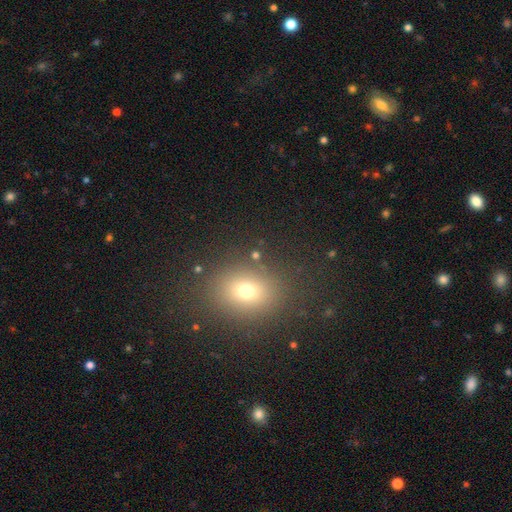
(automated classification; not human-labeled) Overall: smooth (67%). How rounded: round (56%; in between 42%). Merging: none (82%).